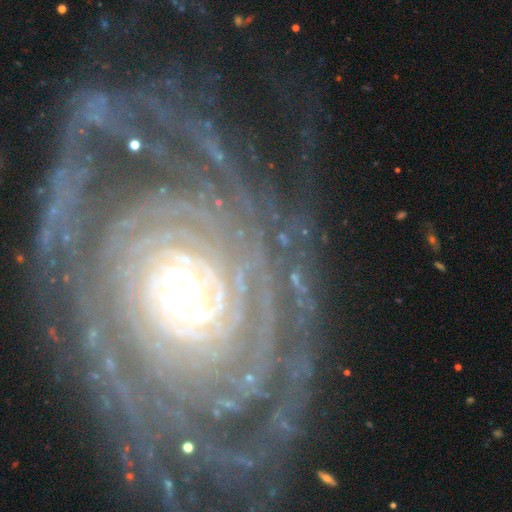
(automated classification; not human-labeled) smooth-or-featured: featured or disk: 90% | star or artifact: 5% | smooth: 5%
  disk-edge-on: no: 96% | yes: 4%
    bar: no: 45% | weak: 31% | strong: 24%
    has-spiral-arms: yes: 97% | no: 3%
      spiral-winding: tight: 83% | medium: 12% | loose: 4%
      spiral-arm-count: can't tell: 26% (tied) | more than 4: 26% (tied) | 4: 14% | 2: 14% | 3: 12% | 1: 9%
    bulge-size: moderate: 57% | small: 28% | large: 12% | dominant: 2% | none: 1%
  merging: none: 70% | minor disturbance: 15% | major disturbance: 13% | merger: 2%